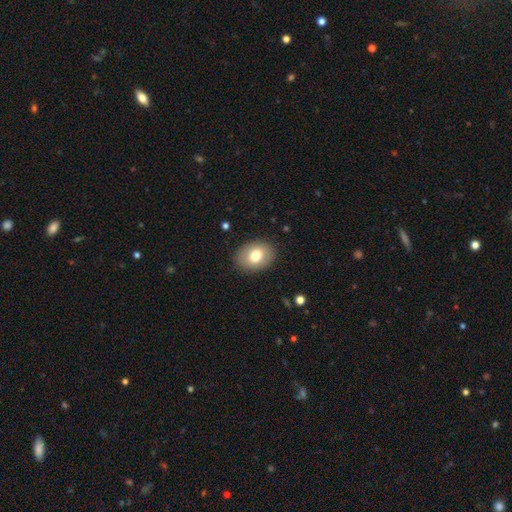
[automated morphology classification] Q: Smooth or featured?
A: smooth (76%); runner-up: featured or disk (16%)
Q: How rounded?
A: in between (71%); runner-up: round (28%)
Q: Merging?
A: none (87%); runner-up: minor disturbance (9%)